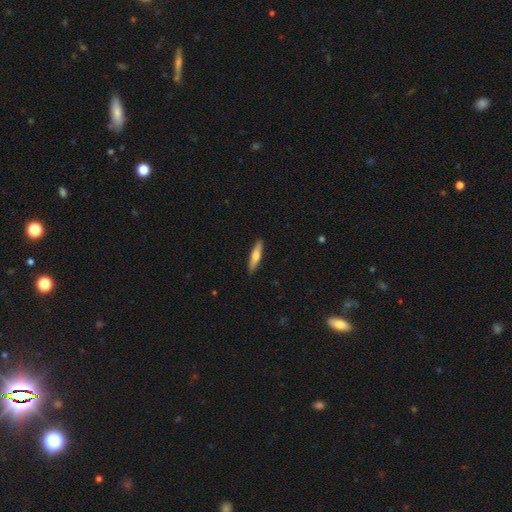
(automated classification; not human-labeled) Overall: smooth (66%; featured or disk 29%). How rounded: cigar-shaped (81%). Merging: none (90%).